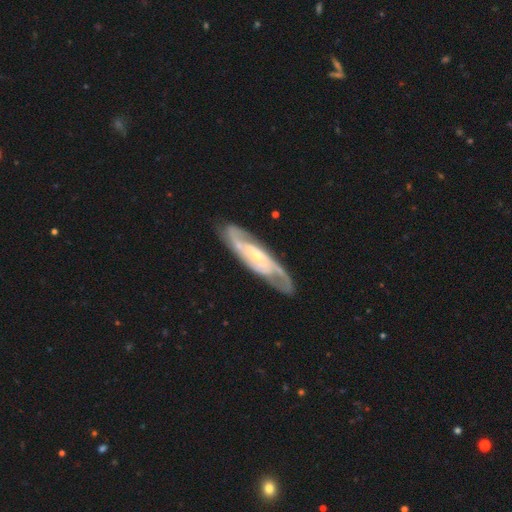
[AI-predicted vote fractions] The model was most divided on "spiral winding" (2-way tie): medium: 45%, tight: 45%, loose: 11%. More confident: spiral arms — yes (96%); smooth or featured — featured or disk (86%); edge-on disk — no (83%); merging — none (81%); spiral arm count — 2 (73%); bulge size — small (68%); bar — no (53%).